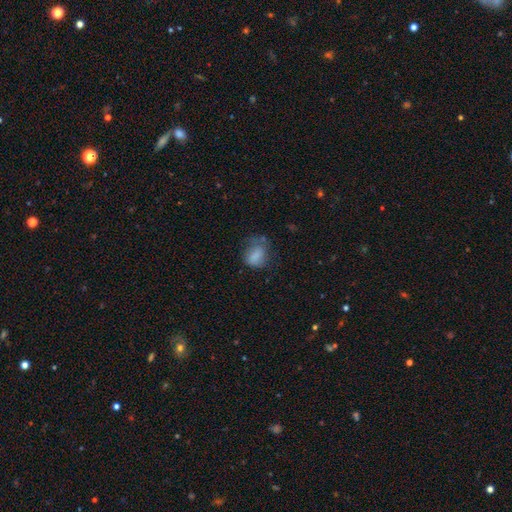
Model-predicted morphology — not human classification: type=smooth (73%); roundness=in between (67%); merging=none (38%).